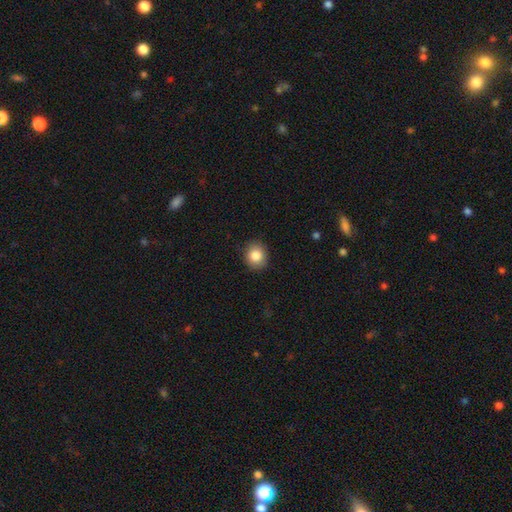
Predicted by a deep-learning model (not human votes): A smooth galaxy with no disk features (85%) that is round (74%). Merging: none (88%).